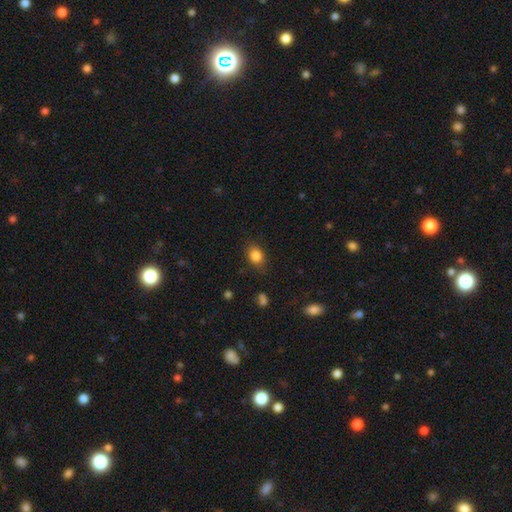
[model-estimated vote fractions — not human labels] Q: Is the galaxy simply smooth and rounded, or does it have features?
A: smooth — 84%.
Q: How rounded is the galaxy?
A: in between — 60%.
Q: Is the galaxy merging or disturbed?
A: none — 80%.